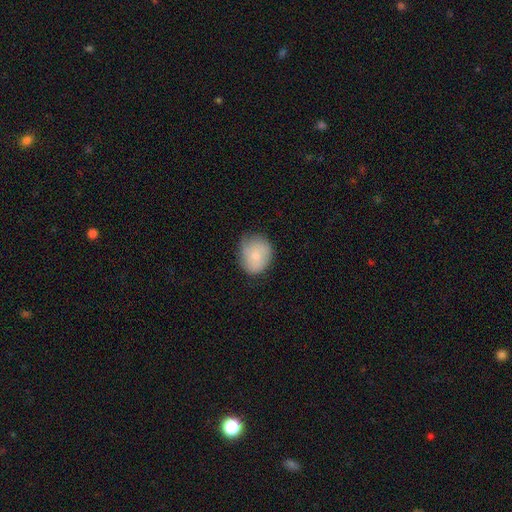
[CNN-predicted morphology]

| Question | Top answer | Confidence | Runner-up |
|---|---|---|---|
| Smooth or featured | smooth | 74% | featured or disk (19%) |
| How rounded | round | 65% | in between (35%) |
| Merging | none | 66% | minor disturbance (27%) |